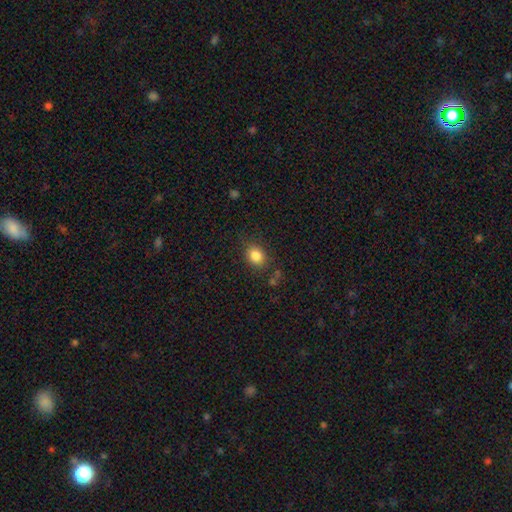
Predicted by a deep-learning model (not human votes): Overall: smooth (84%). How rounded: round (50%; in between 49%). Merging: none (80%).